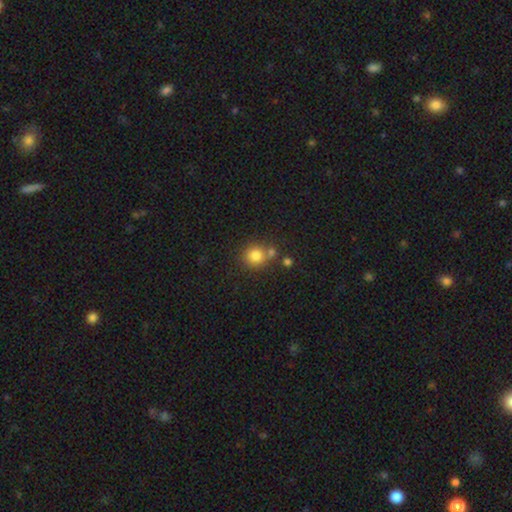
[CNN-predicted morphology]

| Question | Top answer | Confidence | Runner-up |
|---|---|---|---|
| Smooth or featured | smooth | 81% | star or artifact (12%) |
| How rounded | round | 88% | in between (11%) |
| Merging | none | 63% | merger (23%) |